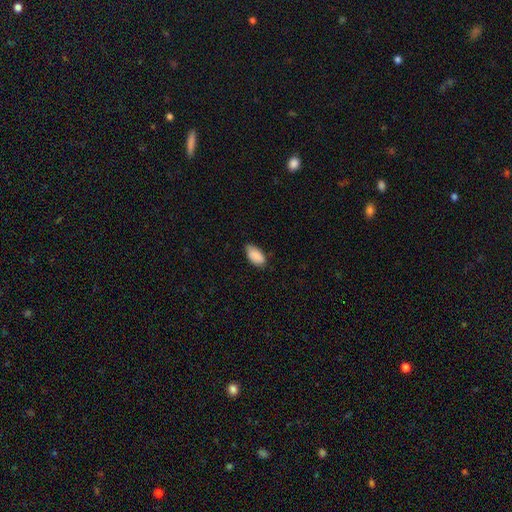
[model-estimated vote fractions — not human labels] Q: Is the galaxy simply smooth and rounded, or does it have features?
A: smooth — 88%.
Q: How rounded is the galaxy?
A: in between — 94%.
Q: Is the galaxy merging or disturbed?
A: none — 73%.